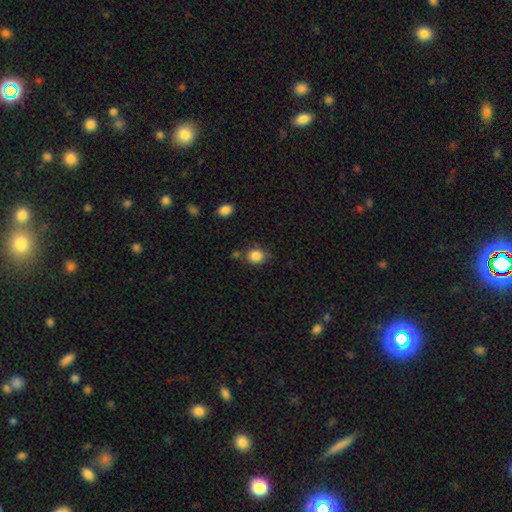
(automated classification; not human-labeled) Morphology: type=smooth (86%); roundness=round (62%); merging=none (71%).